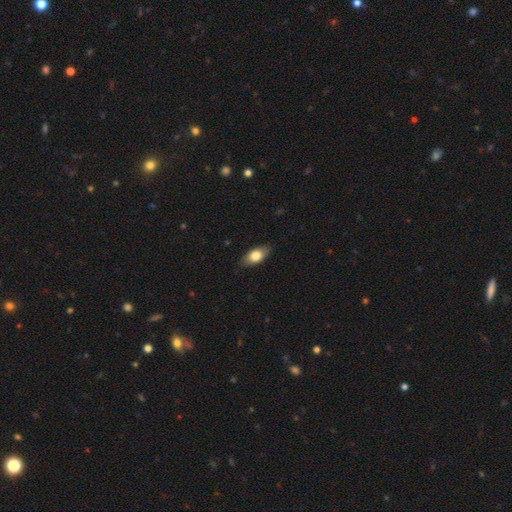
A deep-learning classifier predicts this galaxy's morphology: Smooth or featured? Predicted: smooth (p=0.74). How rounded? Predicted: in between (p=0.87). Merging? Predicted: none (p=0.84).